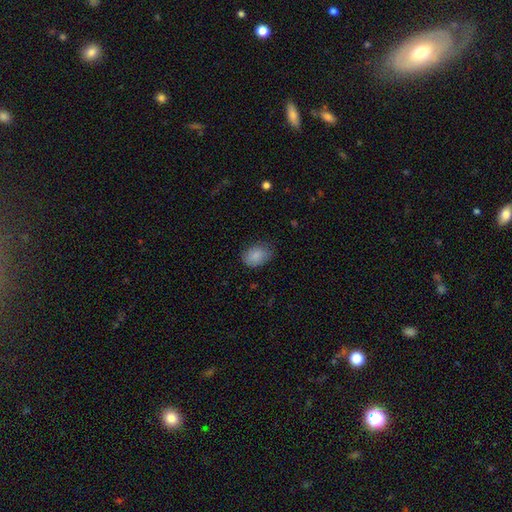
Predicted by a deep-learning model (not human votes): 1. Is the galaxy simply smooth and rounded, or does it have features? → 88% smooth, 7% star or artifact, 5% featured or disk.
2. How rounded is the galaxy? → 79% in between, 20% round, 1% cigar-shaped.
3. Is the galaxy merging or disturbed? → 72% none, 22% minor disturbance, 5% major disturbance, 1% merger.